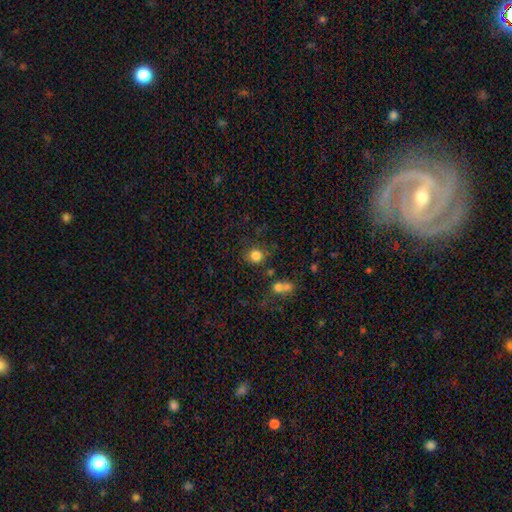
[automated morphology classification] This appears to be a smooth galaxy with no disk features (82%) that is round (87%). Merging: none (75%).